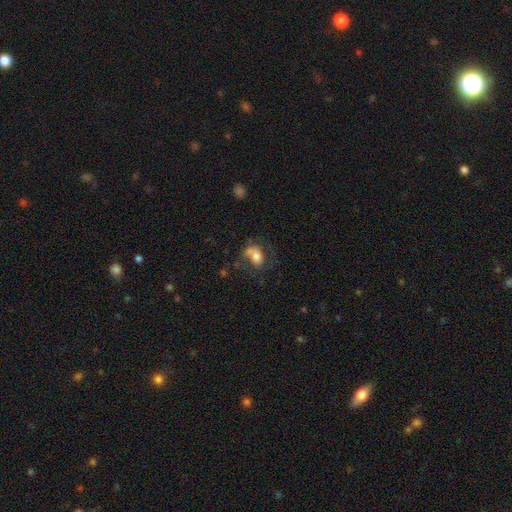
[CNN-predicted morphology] Overall: smooth (56%; featured or disk 34%). How rounded: in between (77%). Merging: none (37%; major disturbance 32%).